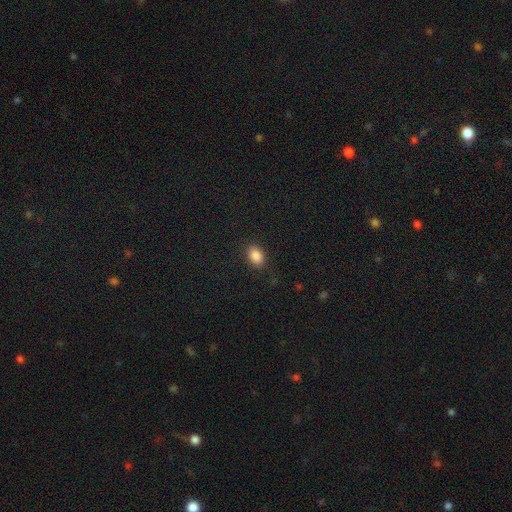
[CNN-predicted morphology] Smooth or featured?
  - smooth: 87% *
  - star or artifact: 9%
  - featured or disk: 4%
How rounded?
  - in between: 83% *
  - round: 16%
  - cigar-shaped: 1%
Merging?
  - none: 87% *
  - minor disturbance: 9%
  - major disturbance: 3%
  - merger: 1%